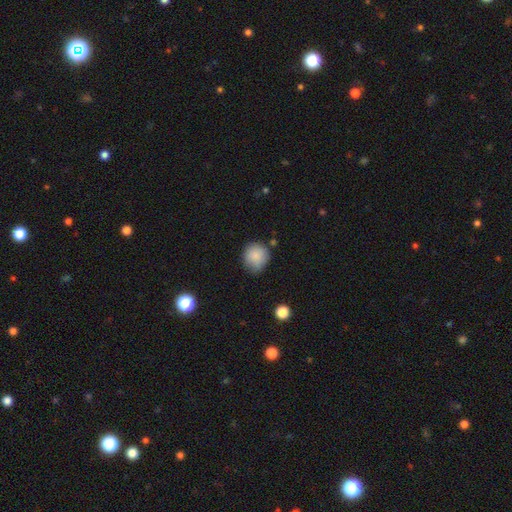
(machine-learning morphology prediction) Overall: smooth (84%). How rounded: round (84%). Merging: none (64%; minor disturbance 27%).